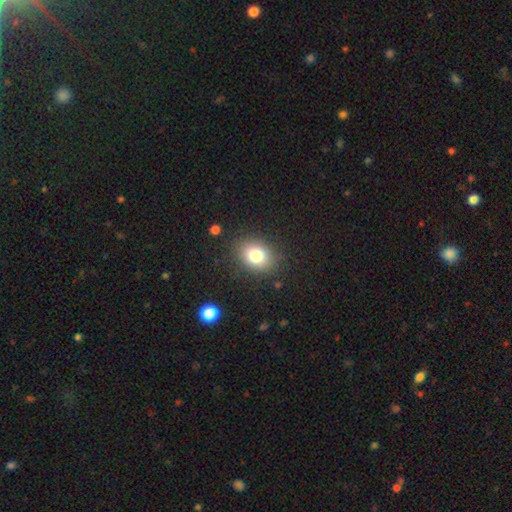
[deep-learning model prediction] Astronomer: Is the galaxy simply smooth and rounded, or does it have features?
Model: smooth — 79%.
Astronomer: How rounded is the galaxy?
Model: in between — 58% (runner-up: round, 41%).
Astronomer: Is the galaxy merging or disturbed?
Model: none — 86%.